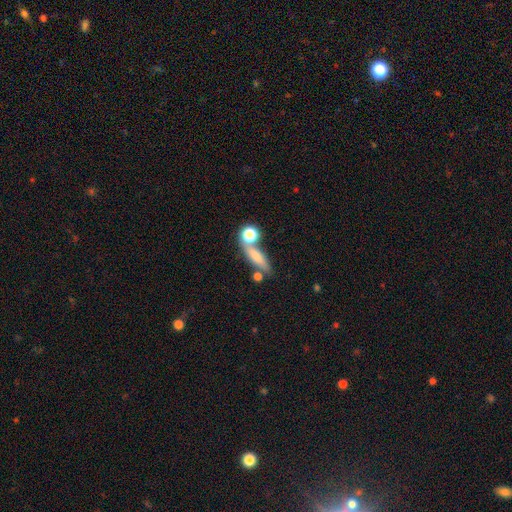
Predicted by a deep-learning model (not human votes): Q: Smooth or featured?
A: smooth (66%); runner-up: featured or disk (23%)
Q: How rounded?
A: cigar-shaped (53%); runner-up: in between (35%)
Q: Merging?
A: none (55%); runner-up: merger (23%)